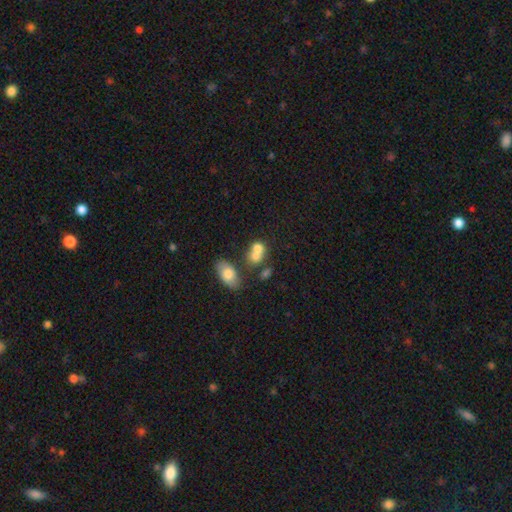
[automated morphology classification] Smooth or featured: smooth — 72% (featured or disk — 17%)
How rounded: in between — 50% (round — 48%)
Merging: merger — 57% (none — 29%)